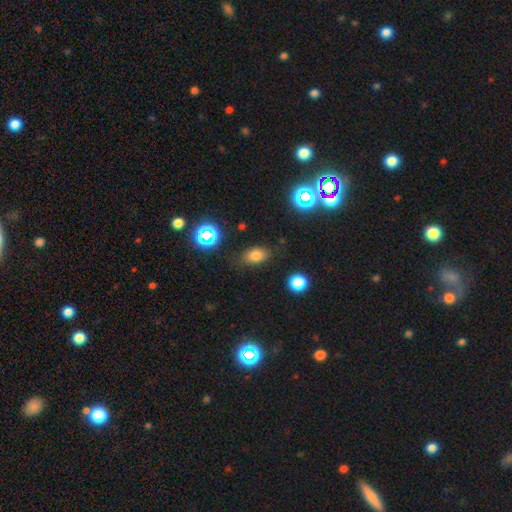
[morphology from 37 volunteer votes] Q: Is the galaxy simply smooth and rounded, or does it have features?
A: smooth — 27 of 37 (73%).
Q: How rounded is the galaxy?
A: in between — 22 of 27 (81%).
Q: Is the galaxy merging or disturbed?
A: none — 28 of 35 (80%).